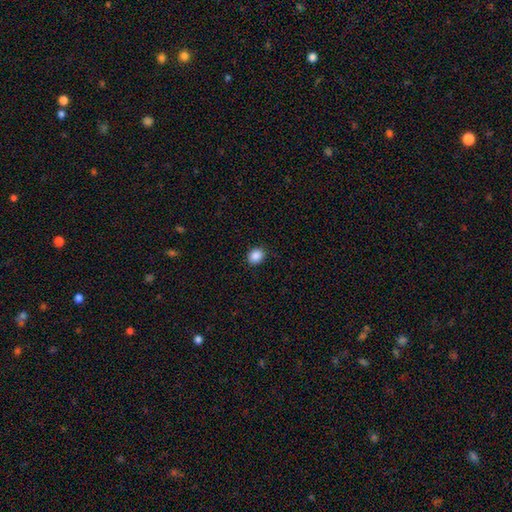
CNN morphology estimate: smooth-or-featured: smooth: 88% | star or artifact: 9% | featured or disk: 3%
  how-rounded: round: 61% | in between: 38% | cigar-shaped: 1%
  merging: none: 90% | minor disturbance: 7% | major disturbance: 2% | merger: 1%